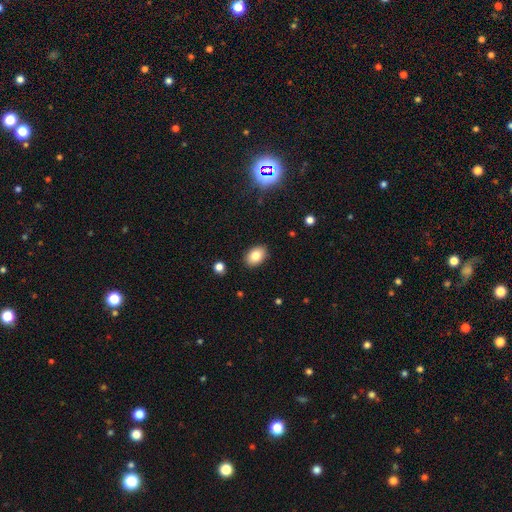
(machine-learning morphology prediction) Overall: smooth (82%). How rounded: in between (84%). Merging: none (89%).